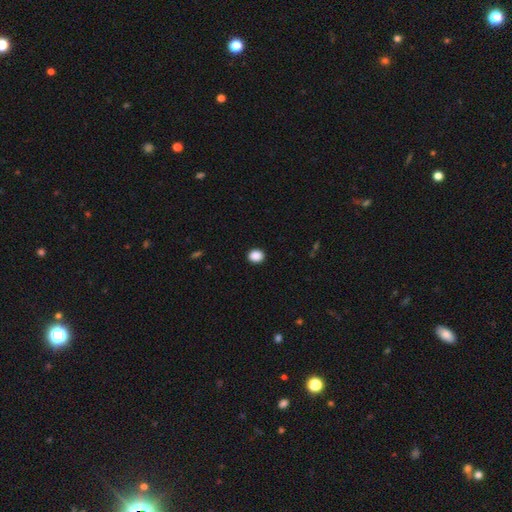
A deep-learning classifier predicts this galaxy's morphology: smooth 89%, star or artifact 9%, featured or disk 2%. Down the decision tree: how rounded — round (63%); merging — none (91%).